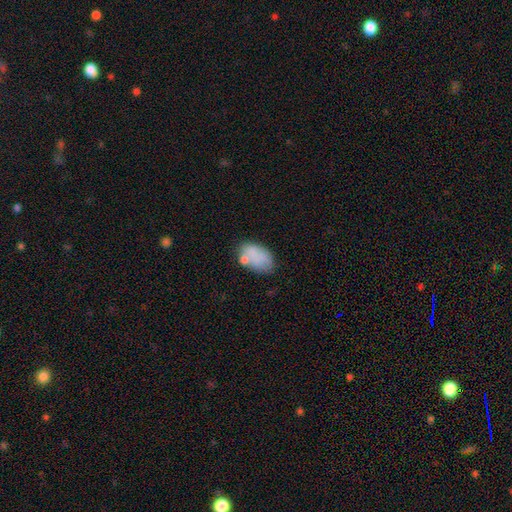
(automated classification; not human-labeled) smooth_or_featured: smooth (p=0.75) [alt: featured or disk p=0.17]
how_rounded: in between (p=0.89) [alt: round p=0.10]
merging: none (p=0.53) [alt: minor disturbance p=0.23]